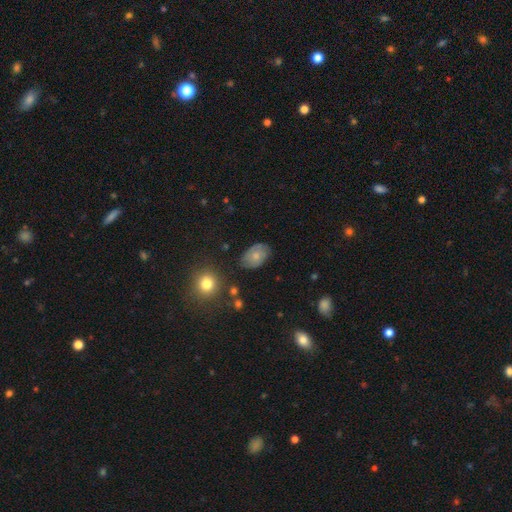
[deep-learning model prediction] Smooth or featured? Predicted: smooth (p=0.56). How rounded? Predicted: in between (p=0.83). Merging? Predicted: none (p=0.72).